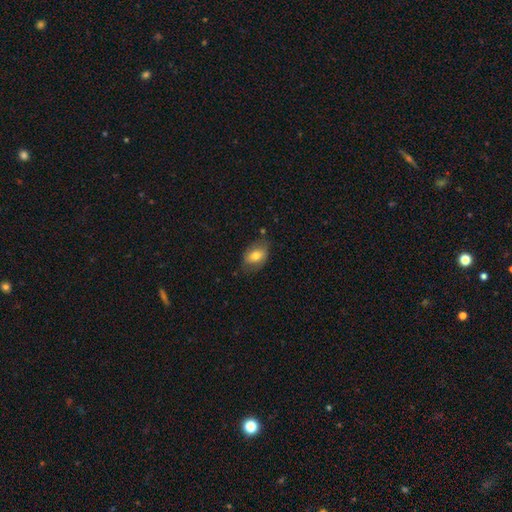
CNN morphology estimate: This appears to be a smooth galaxy with no disk features (68%) that is in between round and cigar-shaped (83%). Merging: none (68%).